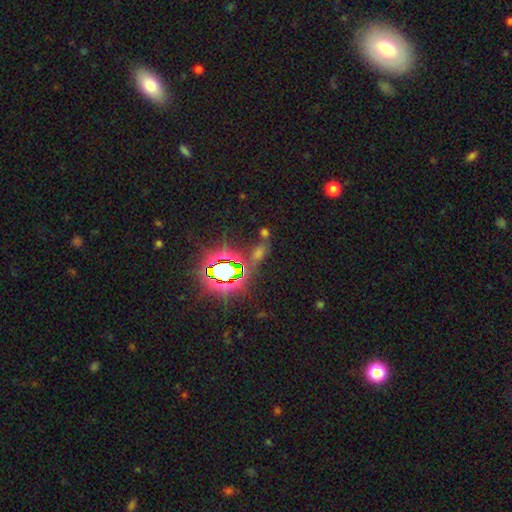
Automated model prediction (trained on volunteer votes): A star or artifact, not a galaxy (67%).

Vote fractions:
- Smooth or featured? star or artifact: 67% / smooth: 23% / featured or disk: 10%